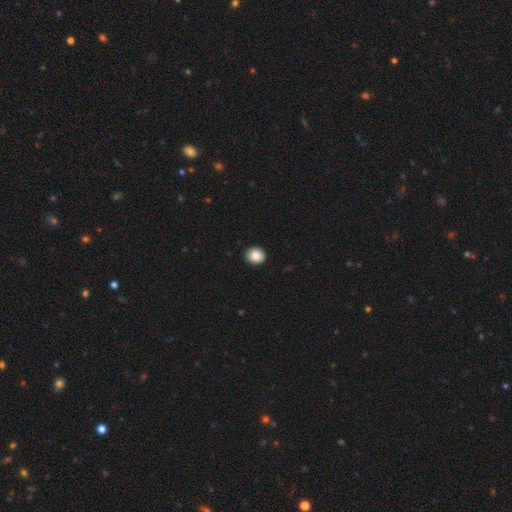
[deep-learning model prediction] smooth_or_featured: smooth (p=0.87) [alt: star or artifact p=0.08]
how_rounded: round (p=0.78) [alt: in between p=0.21]
merging: none (p=0.92) [alt: minor disturbance p=0.06]